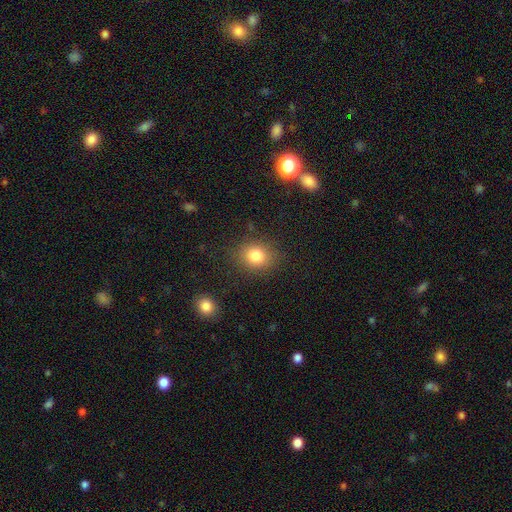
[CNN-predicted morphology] Smooth or featured: smooth — 81% (star or artifact — 11%)
How rounded: round — 62% (in between — 37%)
Merging: none — 84% (minor disturbance — 10%)